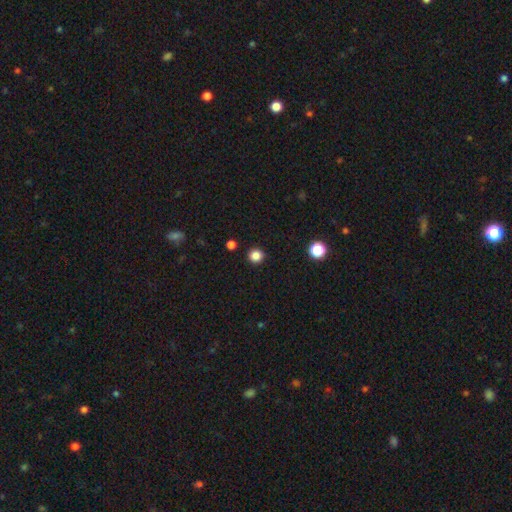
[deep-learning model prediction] This is clearly a smooth galaxy (85%). How rounded: clearly round (93%). Merging: clearly none (92%).